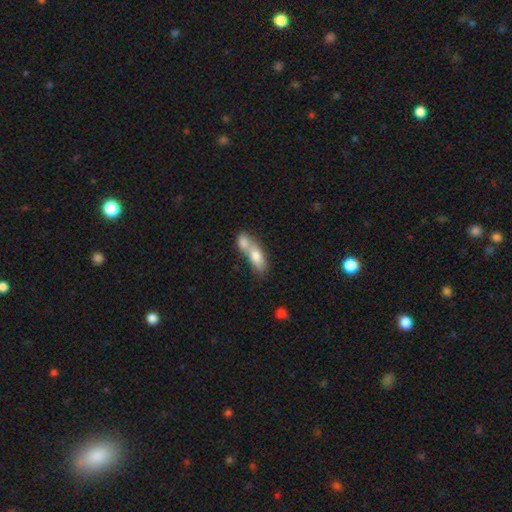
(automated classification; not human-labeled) smooth-or-featured: smooth: 73% | featured or disk: 19% | star or artifact: 7%
  how-rounded: in between: 73% | cigar-shaped: 20% | round: 8%
  merging: merger: 74% | none: 16% | minor disturbance: 6% | major disturbance: 4%